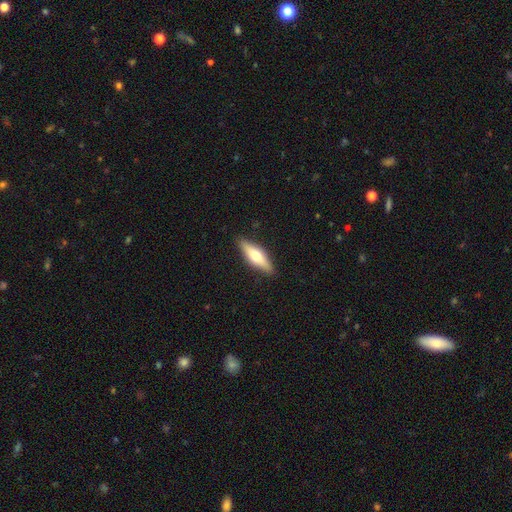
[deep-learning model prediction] Morphology: type=smooth (50%); merging=none (88%).